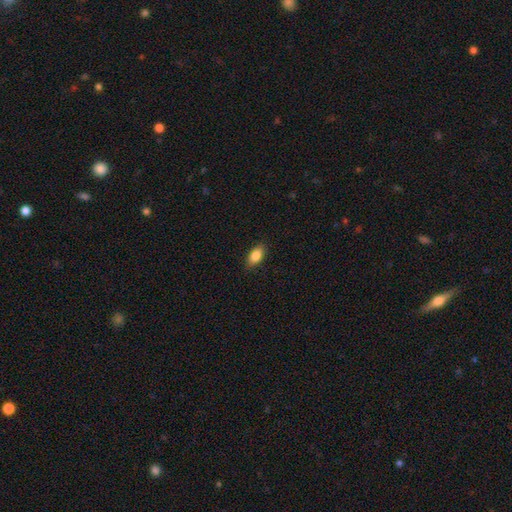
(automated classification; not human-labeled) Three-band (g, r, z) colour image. It shows a smooth galaxy with no disk features (86%) that is in between round and cigar-shaped (90%). Merging: none (87%).